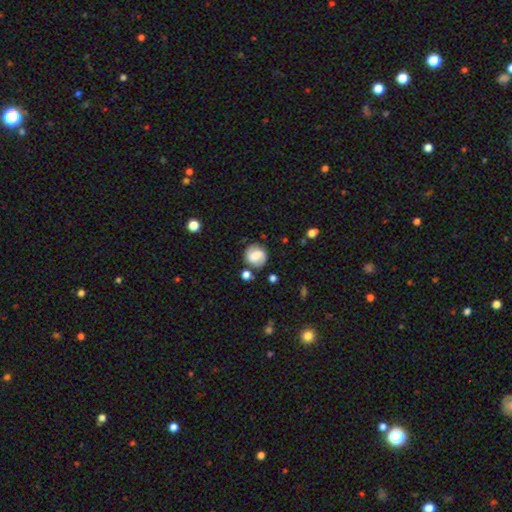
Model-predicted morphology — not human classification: Smooth or featured?
  - smooth: 51% *
  - featured or disk: 41%
  - star or artifact: 8%
How rounded?
  - round: 81% *
  - in between: 18%
  - cigar-shaped: 1%
Merging?
  - none: 74% *
  - minor disturbance: 15%
  - merger: 6%
  - major disturbance: 5%